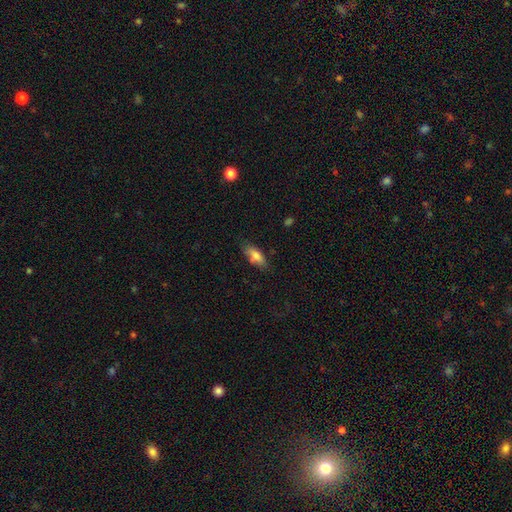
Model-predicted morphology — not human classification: Smooth or featured? smooth (78%)
How rounded? in between (74%)
Merging? none (74%)